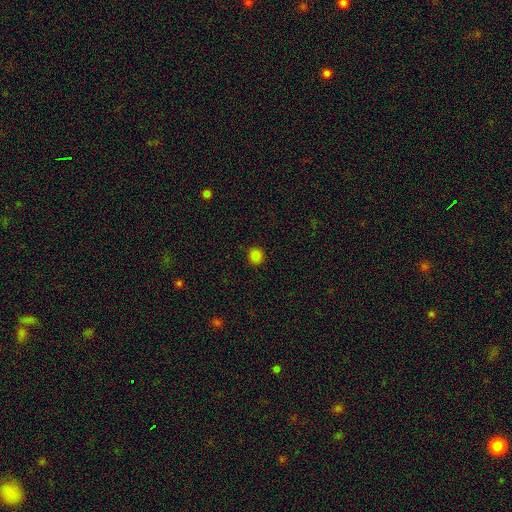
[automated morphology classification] smooth_or_featured: smooth (p=0.83) [alt: star or artifact p=0.13]
how_rounded: round (p=0.87) [alt: in between p=0.12]
merging: none (p=0.91) [alt: minor disturbance p=0.06]